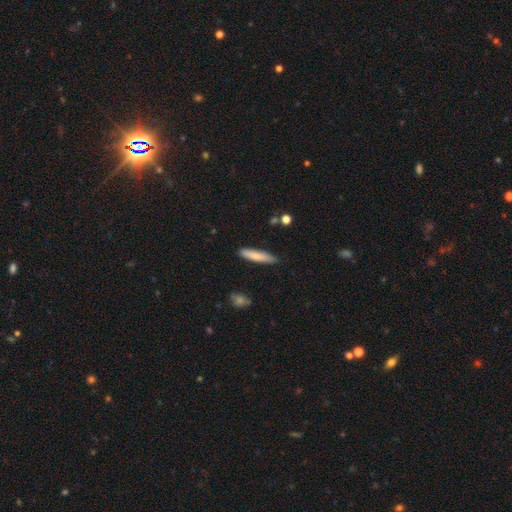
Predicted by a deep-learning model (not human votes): Smooth or featured? smooth (79%)
How rounded? cigar-shaped (84%)
Merging? none (84%)